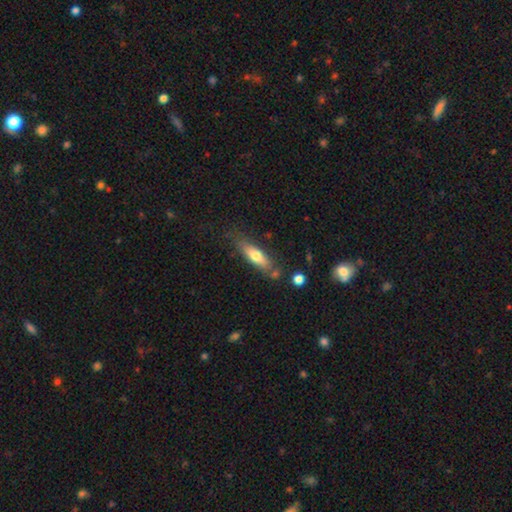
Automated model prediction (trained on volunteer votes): smooth_or_featured: smooth (p=0.63) [alt: featured or disk p=0.31]
how_rounded: cigar-shaped (p=0.57) [alt: in between p=0.41]
merging: none (p=0.68) [alt: minor disturbance p=0.19]